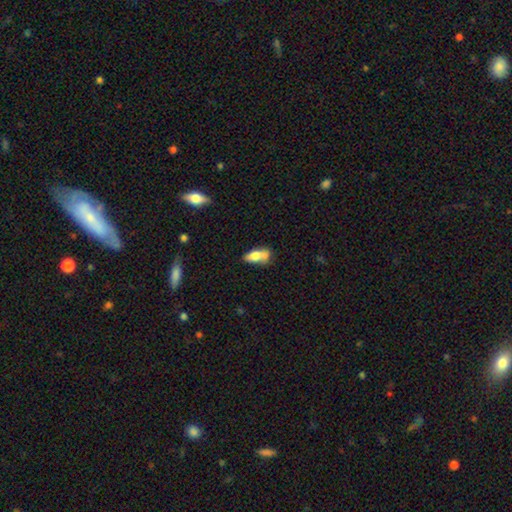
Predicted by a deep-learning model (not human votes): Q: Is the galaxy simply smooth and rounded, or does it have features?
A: smooth — 71%.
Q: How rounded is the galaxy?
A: in between — 79%.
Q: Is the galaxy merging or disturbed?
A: none — 40%.